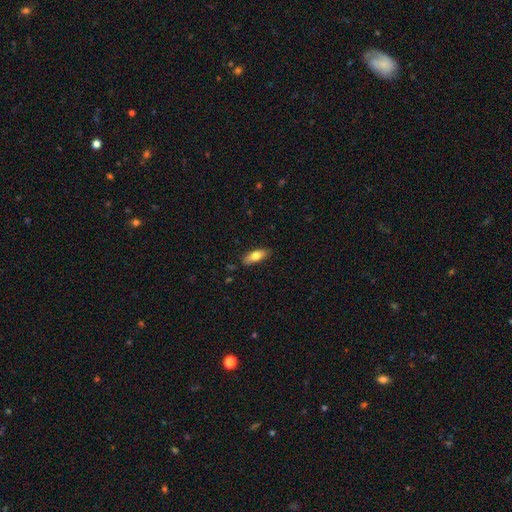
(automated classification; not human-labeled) Smooth or featured: smooth — 76% (featured or disk — 18%)
How rounded: in between — 72% (cigar-shaped — 26%)
Merging: none — 84% (minor disturbance — 13%)